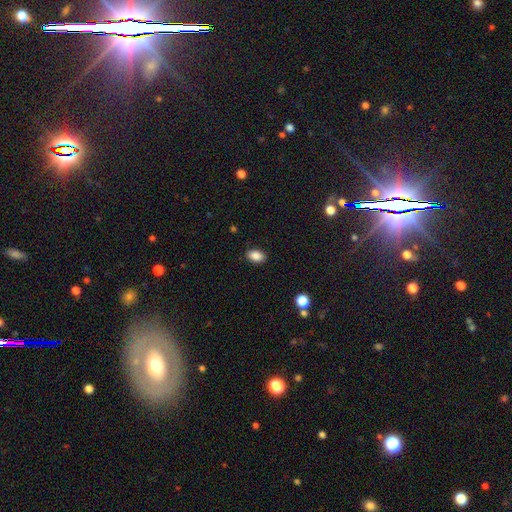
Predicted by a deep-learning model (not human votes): This appears to be a smooth galaxy with no disk features (87%) that is in between round and cigar-shaped (88%). Merging: none (88%).